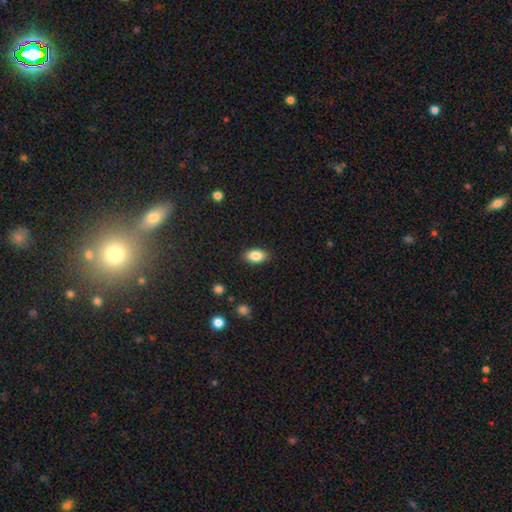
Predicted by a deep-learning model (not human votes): A smooth galaxy with no disk features (85%) that is in between round and cigar-shaped (90%).

Vote fractions:
- Smooth or featured? smooth: 85% / star or artifact: 8% / featured or disk: 7%
- How rounded? in between: 90% / round: 7% / cigar-shaped: 3%
- Merging? none: 87% / minor disturbance: 9% / major disturbance: 2% / merger: 1%